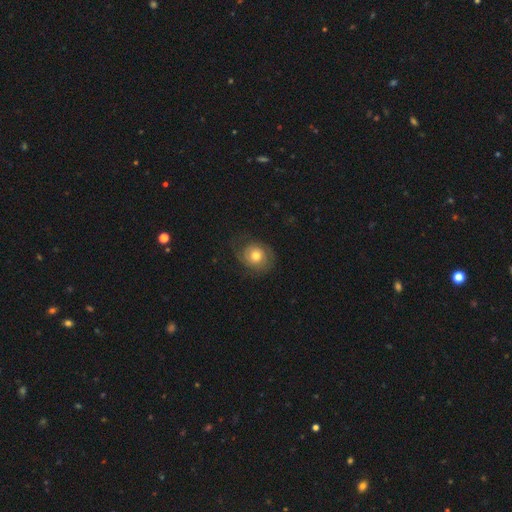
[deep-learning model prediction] smooth 50%, featured or disk 41%, star or artifact 8%. Down the decision tree: how rounded — round (72%); merging — none (66%).